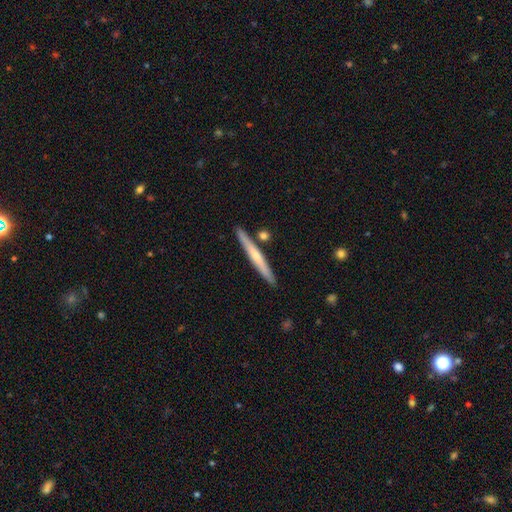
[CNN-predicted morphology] smooth_or_featured: featured or disk (p=0.53) [alt: smooth p=0.42]
disk_edge_on: yes (p=0.96) [alt: no p=0.04]
edge_on_bulge: rounded (p=0.53) [alt: none p=0.43]
merging: none (p=0.87) [alt: minor disturbance p=0.08]